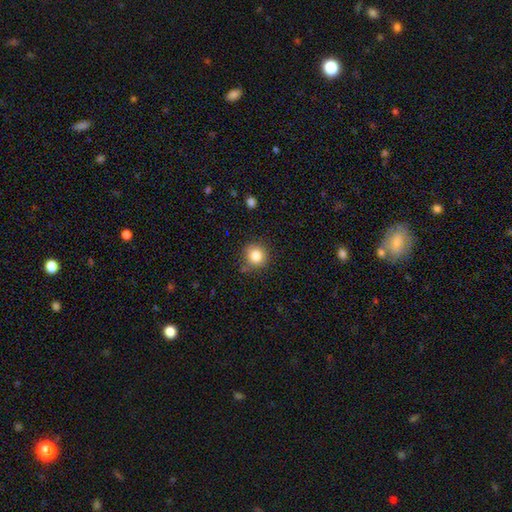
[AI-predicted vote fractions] This appears to be a smooth galaxy with no disk features (83%) that is round (89%). Merging: none (81%).